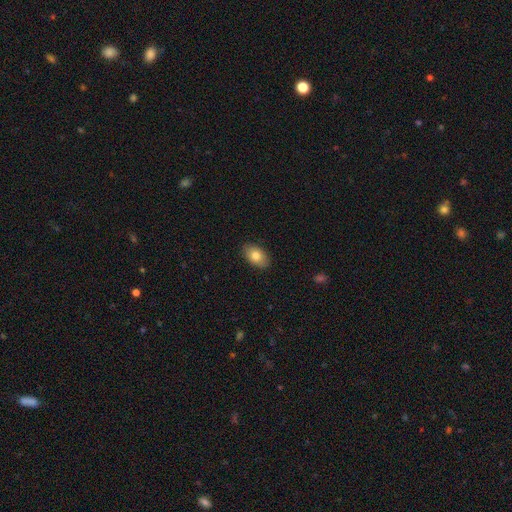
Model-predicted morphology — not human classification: Smooth or featured: smooth — 80% (featured or disk — 13%)
How rounded: in between — 91% (round — 7%)
Merging: none — 88% (minor disturbance — 9%)